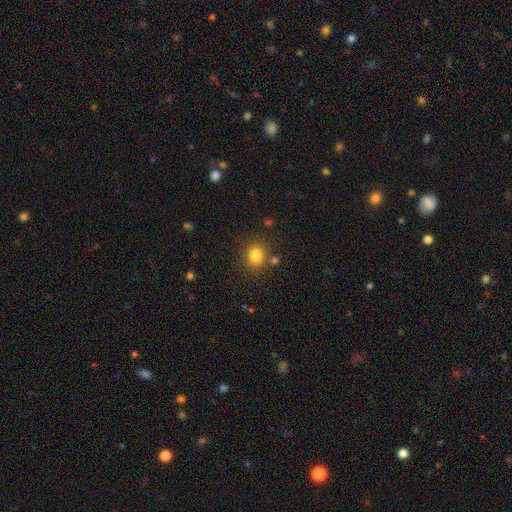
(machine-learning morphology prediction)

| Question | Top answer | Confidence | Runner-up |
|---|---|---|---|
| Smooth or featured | smooth | 81% | star or artifact (13%) |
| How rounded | round | 79% | in between (20%) |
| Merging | none | 82% | minor disturbance (9%) |